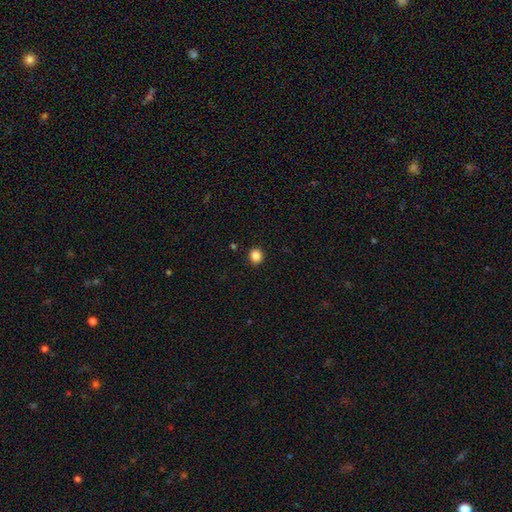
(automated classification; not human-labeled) smooth 86%, star or artifact 11%, featured or disk 3%. Down the decision tree: how rounded — round (83%); merging — none (92%).